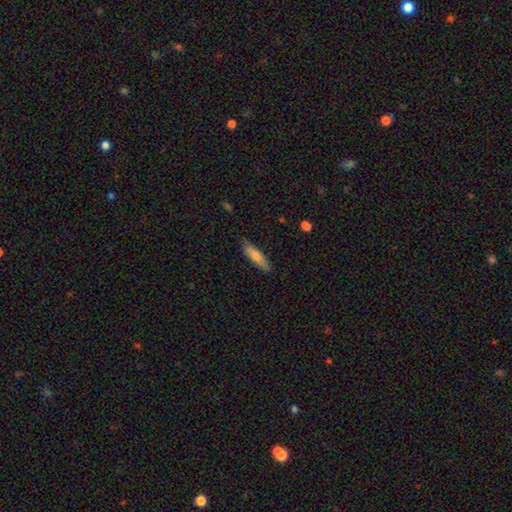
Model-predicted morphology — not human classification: Smooth or featured? smooth (71%)
How rounded? cigar-shaped (76%)
Merging? none (83%)